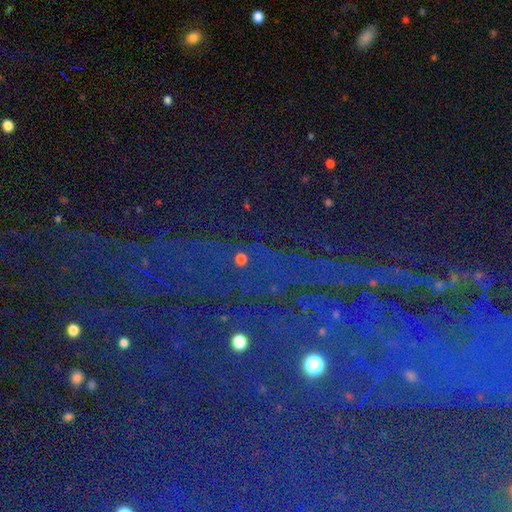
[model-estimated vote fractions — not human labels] A star or artifact, not a galaxy (83%).

Vote fractions:
- Smooth or featured? star or artifact: 83% / featured or disk: 9% / smooth: 8%